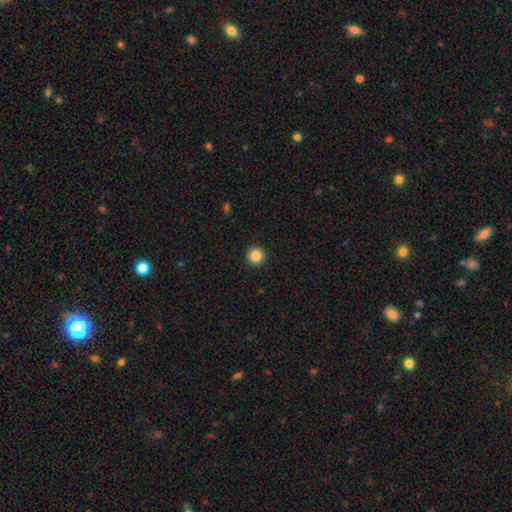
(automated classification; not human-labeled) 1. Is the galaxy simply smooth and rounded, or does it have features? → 86% smooth, 10% star or artifact, 4% featured or disk.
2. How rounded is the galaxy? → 96% round, 3% in between, 1% cigar-shaped.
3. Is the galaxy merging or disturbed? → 93% none, 4% minor disturbance, 1% major disturbance, 1% merger.